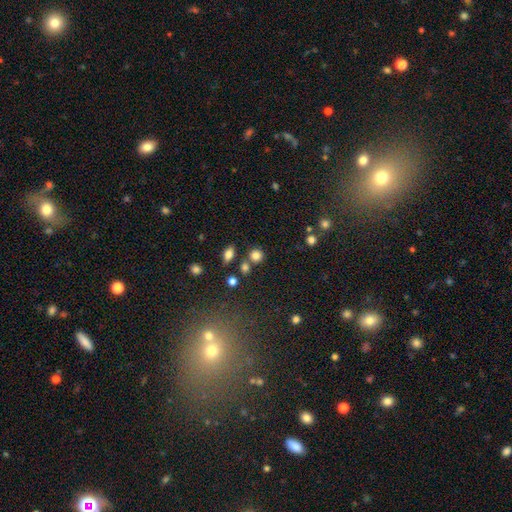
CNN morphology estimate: smooth_or_featured: smooth (p=0.81) [alt: star or artifact p=0.12]
how_rounded: round (p=0.81) [alt: in between p=0.17]
merging: none (p=0.70) [alt: merger p=0.17]